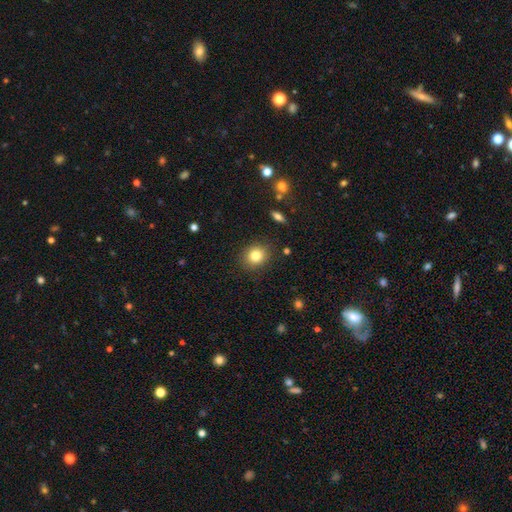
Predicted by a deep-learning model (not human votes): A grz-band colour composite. It shows a smooth galaxy with no disk features (81%) that is round (73%). Merging: none (87%).